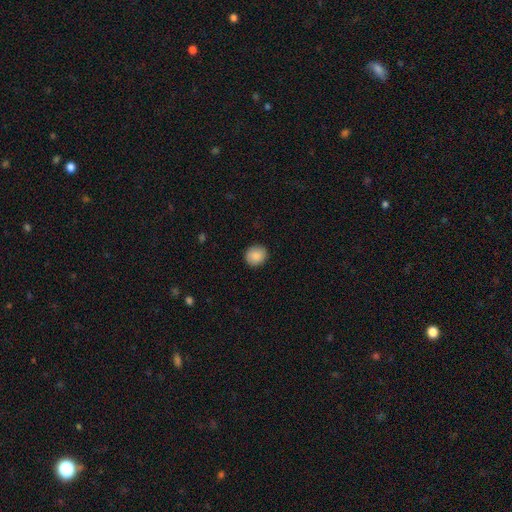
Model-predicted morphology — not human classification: Q: Smooth or featured?
A: smooth (88%); runner-up: star or artifact (7%)
Q: How rounded?
A: round (81%); runner-up: in between (18%)
Q: Merging?
A: none (91%); runner-up: minor disturbance (7%)